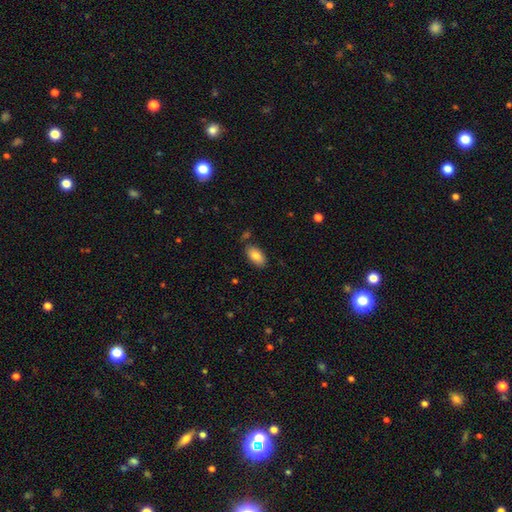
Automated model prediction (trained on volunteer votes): The model was most divided on "merging": none: 81%, minor disturbance: 12%, merger: 4%, major disturbance: 2%. More confident: how rounded — in between (94%); smooth or featured — smooth (81%).